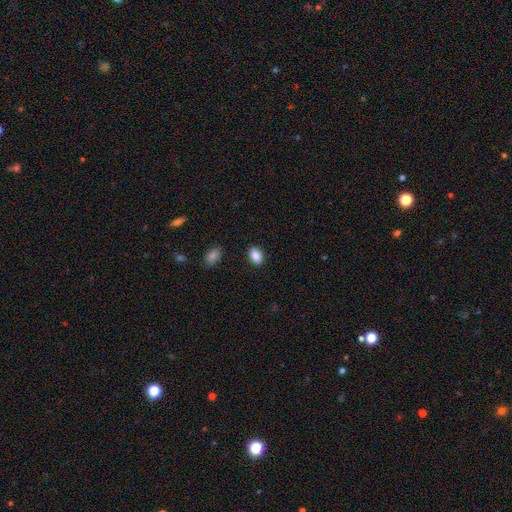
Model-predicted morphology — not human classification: Smooth or featured? Predicted: smooth (p=0.88). How rounded? Predicted: in between (p=0.84). Merging? Predicted: none (p=0.88).